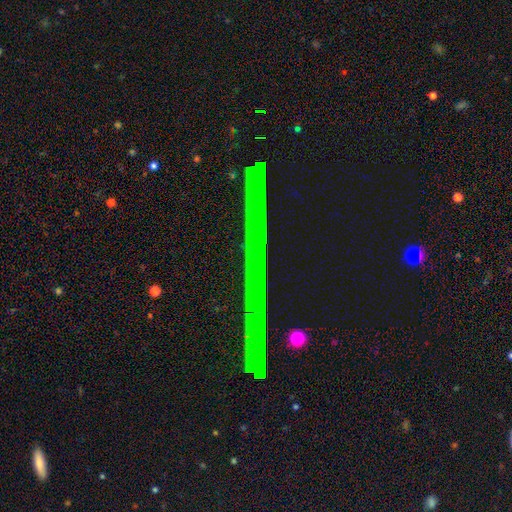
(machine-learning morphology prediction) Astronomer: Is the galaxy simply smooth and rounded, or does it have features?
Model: star or artifact — 70%.